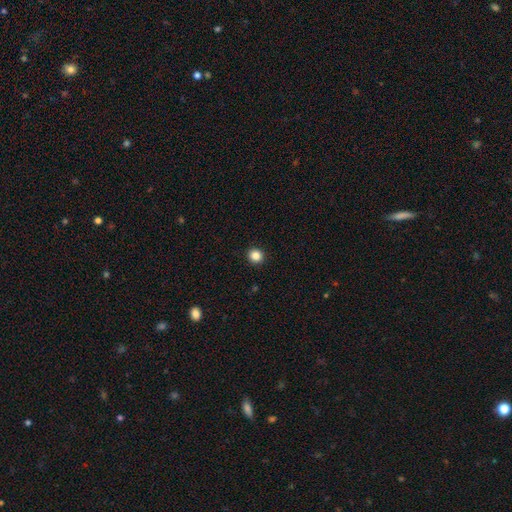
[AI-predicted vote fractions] Smooth or featured?
  - smooth: 85% *
  - star or artifact: 11%
  - featured or disk: 4%
How rounded?
  - round: 89% *
  - in between: 10%
  - cigar-shaped: 1%
Merging?
  - none: 93% *
  - minor disturbance: 4%
  - major disturbance: 2%
  - merger: 1%